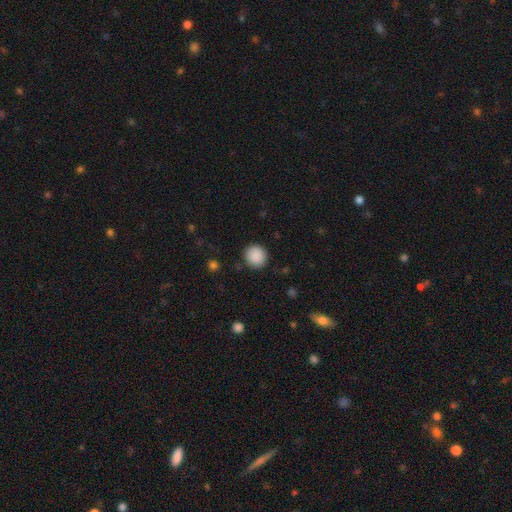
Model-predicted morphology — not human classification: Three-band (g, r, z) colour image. It shows a smooth galaxy with no disk features (89%) that is round (91%). Merging: none (89%).